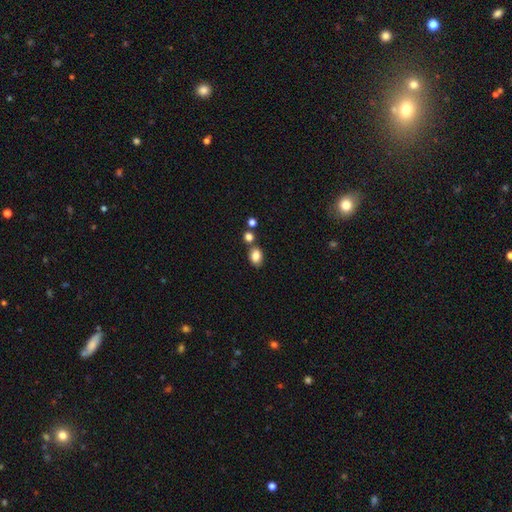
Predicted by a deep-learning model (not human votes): Smooth or featured: smooth — 84% (star or artifact — 10%)
How rounded: in between — 75% (round — 24%)
Merging: none — 69% (merger — 15%)